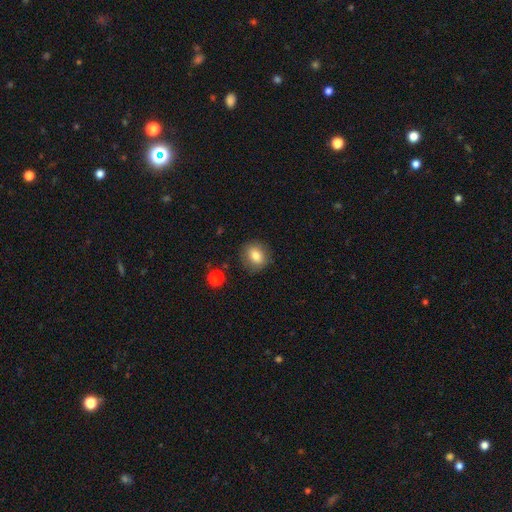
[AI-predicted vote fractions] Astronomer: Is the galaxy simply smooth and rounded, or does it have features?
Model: smooth — 81%.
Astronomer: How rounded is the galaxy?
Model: round — 68%.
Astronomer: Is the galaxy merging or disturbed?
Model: none — 85%.